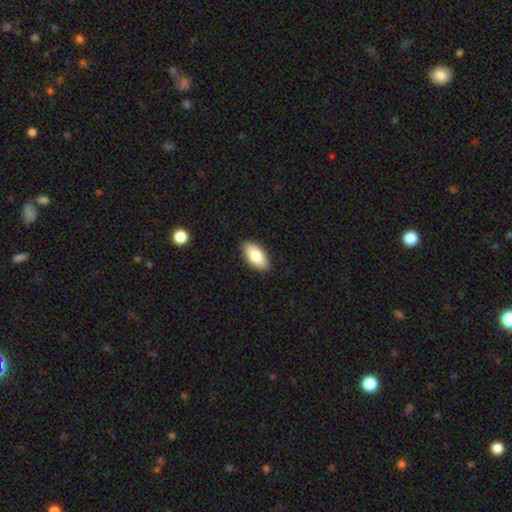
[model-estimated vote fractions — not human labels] Smooth or featured?
  - smooth: 80% *
  - featured or disk: 14%
  - star or artifact: 6%
How rounded?
  - in between: 93% *
  - cigar-shaped: 5%
  - round: 2%
Merging?
  - none: 87% *
  - minor disturbance: 10%
  - major disturbance: 2%
  - merger: 1%